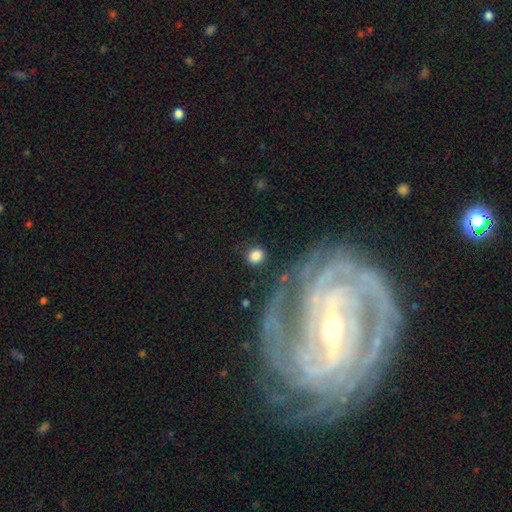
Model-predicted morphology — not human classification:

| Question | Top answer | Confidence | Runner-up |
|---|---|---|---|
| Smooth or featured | smooth | 81% | featured or disk (10%) |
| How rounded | round | 83% | in between (16%) |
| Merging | none | 84% | minor disturbance (8%) |